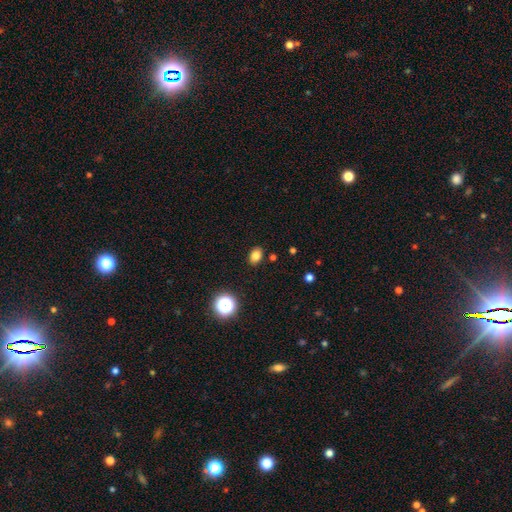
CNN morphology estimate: This appears to be a smooth galaxy with no disk features (80%) that is in between round and cigar-shaped (73%). Merging: none (88%).